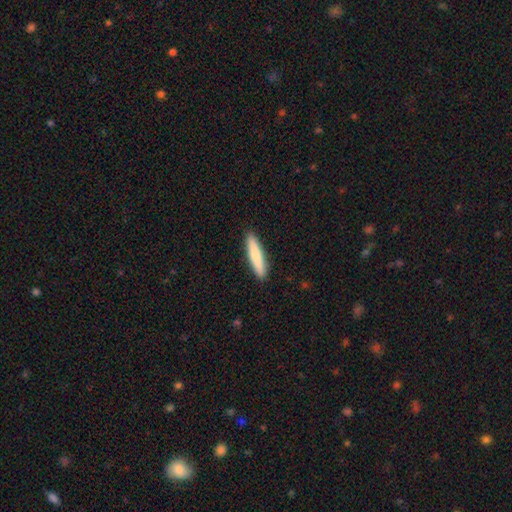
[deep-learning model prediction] Overall: smooth (79%). How rounded: cigar-shaped (89%). Merging: none (91%).